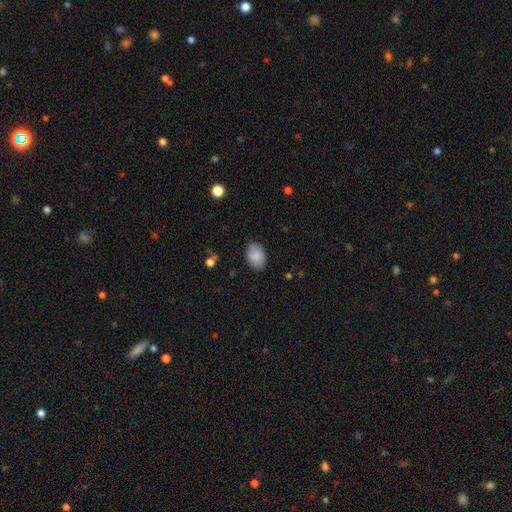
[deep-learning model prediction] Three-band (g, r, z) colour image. It shows a smooth galaxy with no disk features (87%) that is in between round and cigar-shaped (84%). Merging: none (84%).